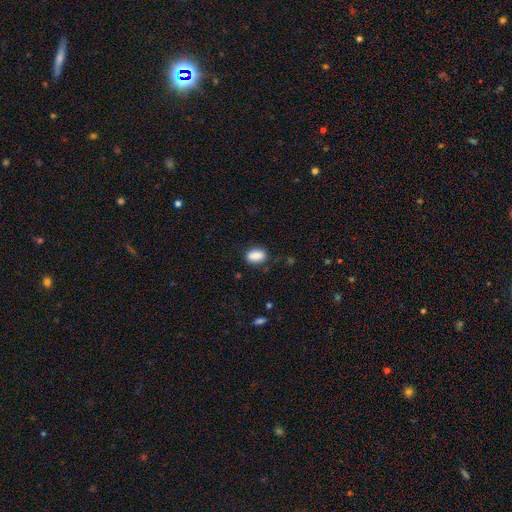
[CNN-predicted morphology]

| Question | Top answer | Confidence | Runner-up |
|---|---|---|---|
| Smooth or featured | smooth | 88% | star or artifact (7%) |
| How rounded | in between | 86% | round (11%) |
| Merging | none | 81% | minor disturbance (14%) |